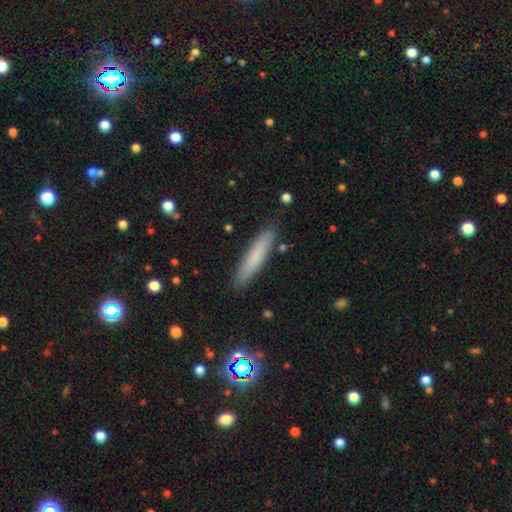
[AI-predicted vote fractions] This appears to be a smooth galaxy with no disk features (75%) that is cigar-shaped (89%). Merging: none (88%).